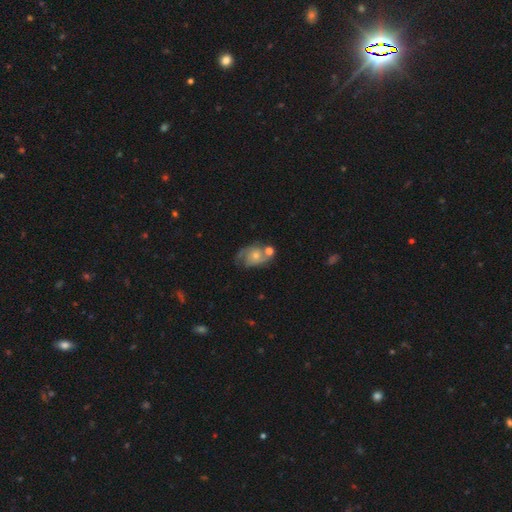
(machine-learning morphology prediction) This appears to be a featured or disk galaxy (70%) with no bar (75%), 2 (71%) medium (47%) spiral arms (88%) and a small central bulge (53%). Merging: none (46%).